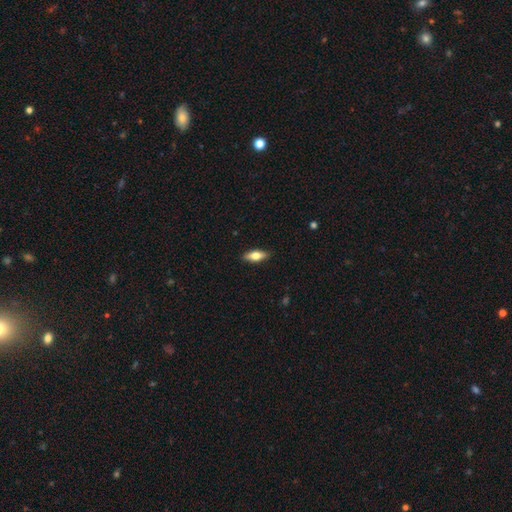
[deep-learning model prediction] This appears to be a smooth galaxy with no disk features (66%) that is in between round and cigar-shaped (72%). Merging: none (89%).